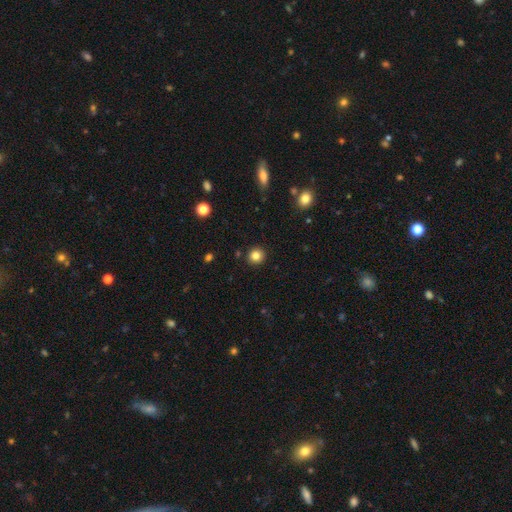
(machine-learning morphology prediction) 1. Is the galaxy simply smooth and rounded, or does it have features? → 83% smooth, 12% star or artifact, 5% featured or disk.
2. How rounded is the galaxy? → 93% round, 6% in between, 1% cigar-shaped.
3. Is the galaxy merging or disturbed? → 92% none, 5% minor disturbance, 2% major disturbance, 1% merger.